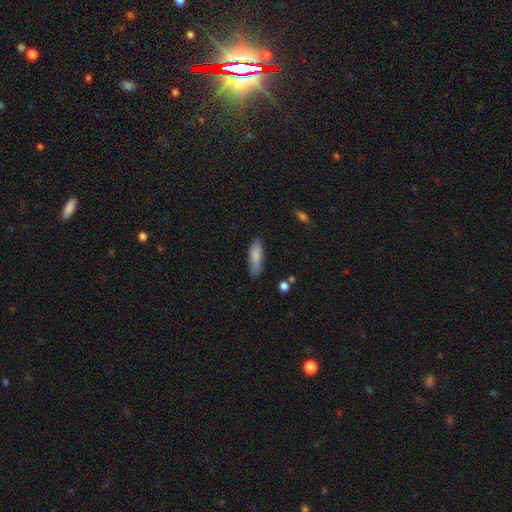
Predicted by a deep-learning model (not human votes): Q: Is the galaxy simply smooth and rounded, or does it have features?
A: smooth — 84%.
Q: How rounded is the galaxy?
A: in between — 51%.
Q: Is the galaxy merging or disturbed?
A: none — 80%.